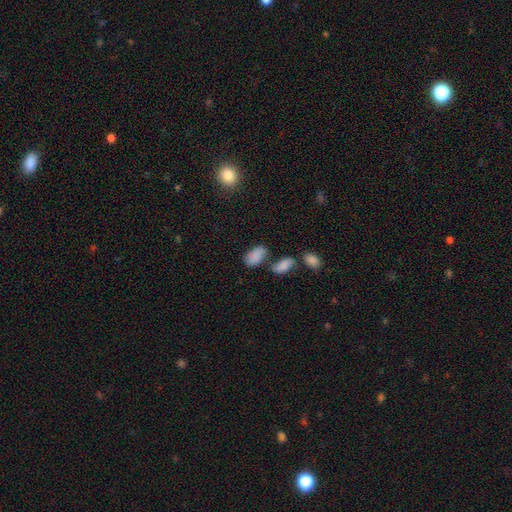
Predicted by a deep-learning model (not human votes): The model was most divided on "merging": none: 53%, merger: 21%, minor disturbance: 19%, major disturbance: 7%. More confident: how rounded — in between (93%); smooth or featured — smooth (84%).